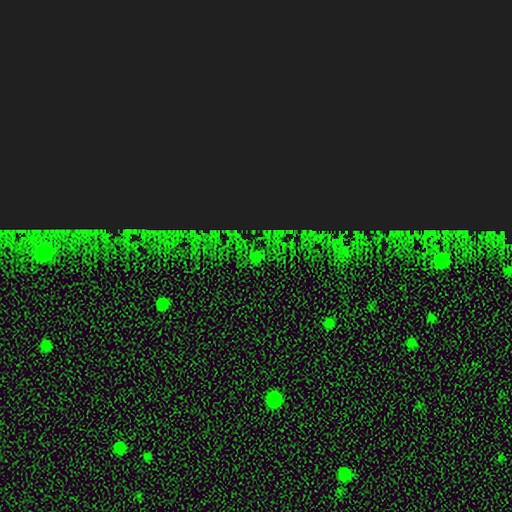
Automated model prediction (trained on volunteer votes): smooth_or_featured: star or artifact (p=0.82) [alt: smooth p=0.10]